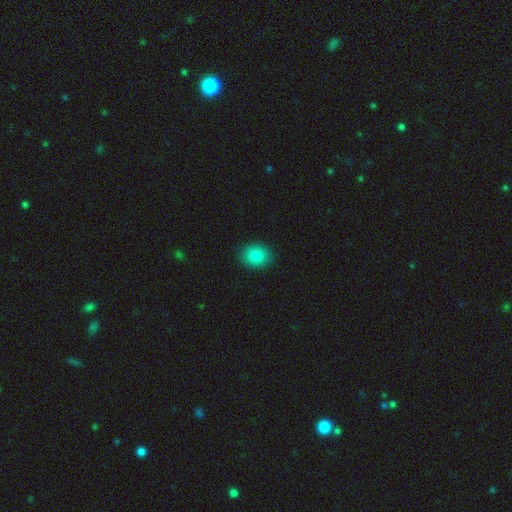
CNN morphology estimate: Overall: smooth (86%). How rounded: round (51%; in between 48%). Merging: none (89%).